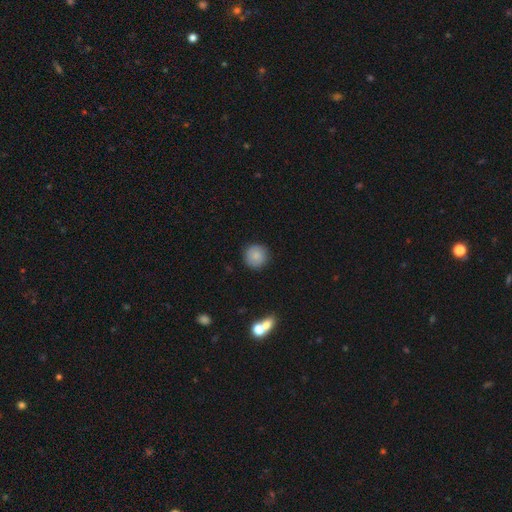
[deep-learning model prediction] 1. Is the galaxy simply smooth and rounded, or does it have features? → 80% smooth, 12% featured or disk, 8% star or artifact.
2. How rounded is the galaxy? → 94% round, 5% in between, 1% cigar-shaped.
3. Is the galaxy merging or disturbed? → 89% none, 7% minor disturbance, 2% major disturbance, 1% merger.